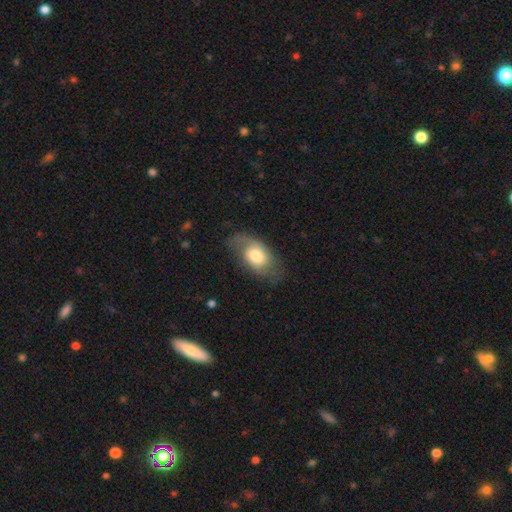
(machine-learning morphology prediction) smooth-or-featured: smooth: 50% | featured or disk: 43% | star or artifact: 7%
  how-rounded: in between: 88% | round: 10% | cigar-shaped: 2%
  merging: none: 58% | minor disturbance: 25% | major disturbance: 16% | merger: 1%